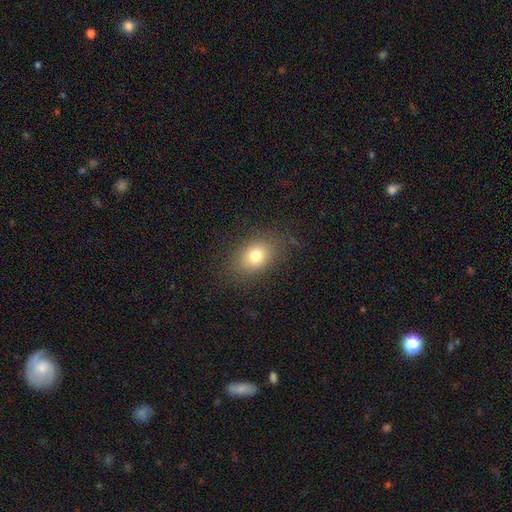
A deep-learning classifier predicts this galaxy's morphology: Overall: smooth (77%). How rounded: in between (69%; round 30%). Merging: none (82%).